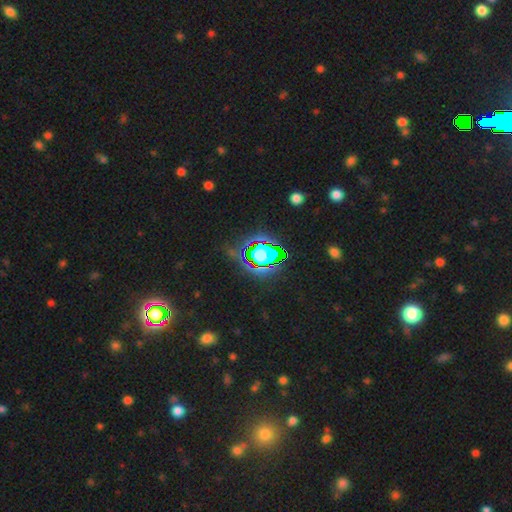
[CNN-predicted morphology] A star or artifact, not a galaxy (82%).